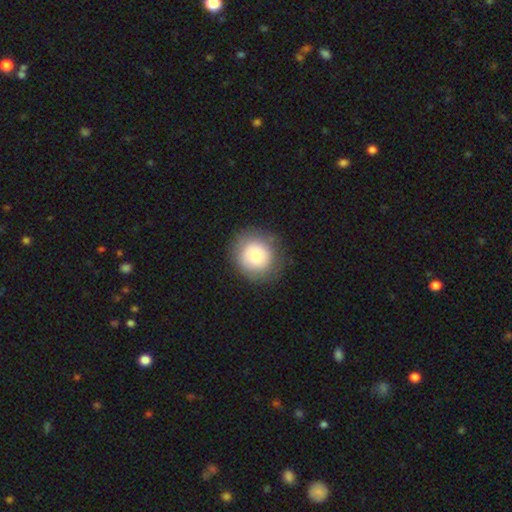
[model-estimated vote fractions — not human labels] The model was most divided on "smooth or featured": smooth: 75%, featured or disk: 17%, star or artifact: 9%. More confident: how rounded — round (90%); merging — none (83%).